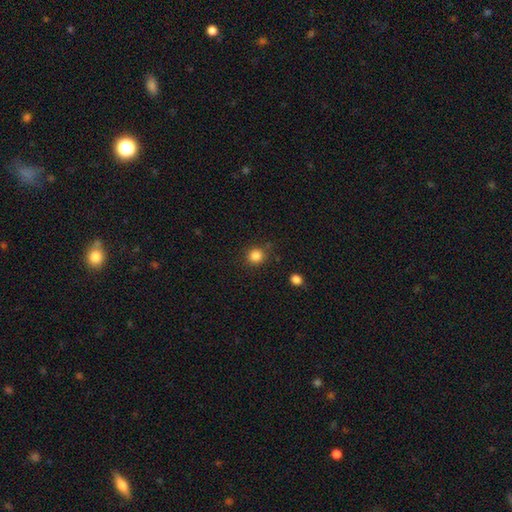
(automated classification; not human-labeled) Smooth or featured?
  - smooth: 84% *
  - star or artifact: 12%
  - featured or disk: 4%
How rounded?
  - round: 90% *
  - in between: 9%
  - cigar-shaped: 1%
Merging?
  - none: 85% *
  - minor disturbance: 9%
  - major disturbance: 3%
  - merger: 3%